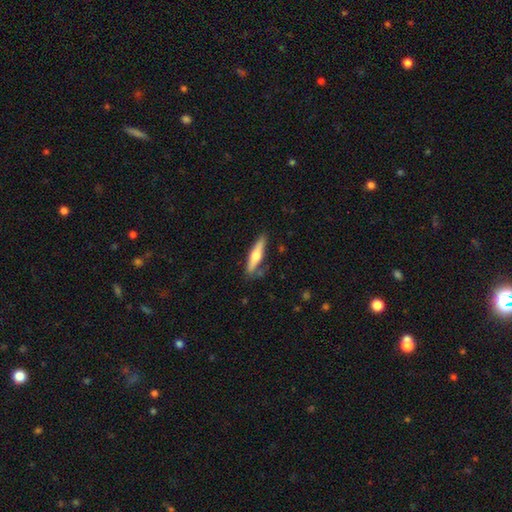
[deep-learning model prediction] Smooth or featured? Predicted: featured or disk (p=0.48). Merging? Predicted: none (p=0.83).